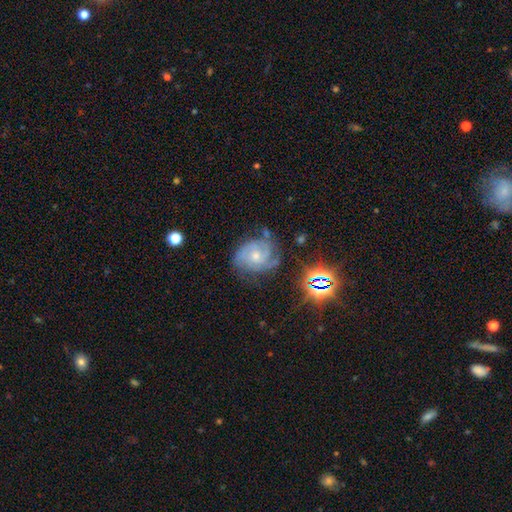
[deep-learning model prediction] Smooth or featured? featured or disk (74%)
Edge-on disk? no (98%)
Bar? no (73%)
Spiral arms? yes (91%)
Spiral winding? tight (58%)
Spiral arm count? can't tell (29%, tied with 3)
Bulge size? small (48%)
Merging? none (58%)